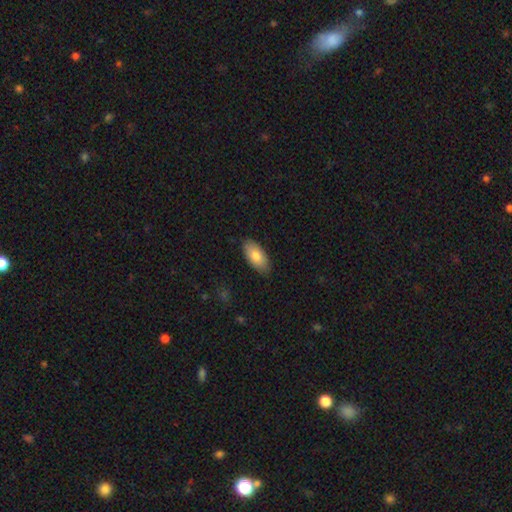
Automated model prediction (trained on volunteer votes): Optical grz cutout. It shows a smooth galaxy with no disk features (80%) that is in between round and cigar-shaped (92%). Merging: none (84%).